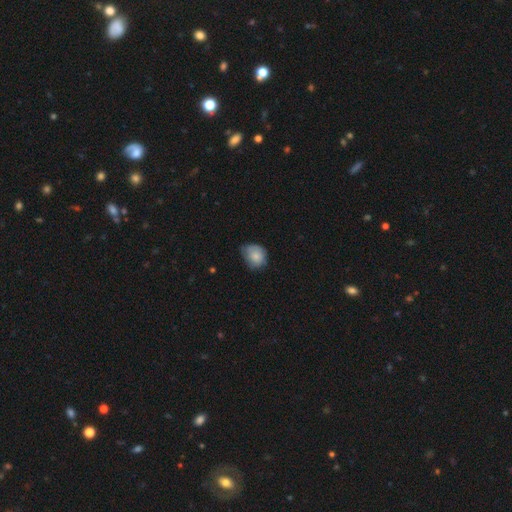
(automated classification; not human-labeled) Q: Smooth or featured?
A: smooth (79%); runner-up: featured or disk (13%)
Q: How rounded?
A: round (57%); runner-up: in between (42%)
Q: Merging?
A: none (48%); runner-up: minor disturbance (41%)